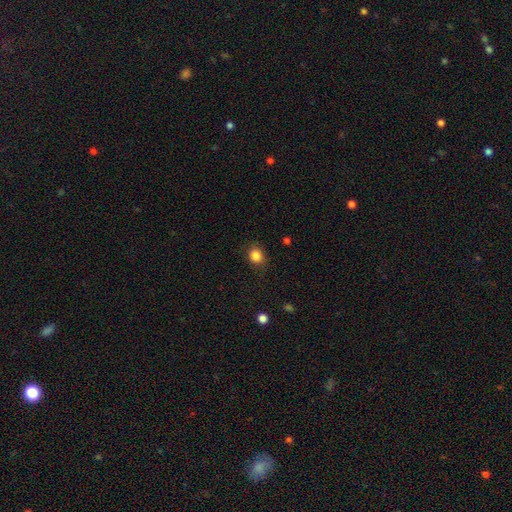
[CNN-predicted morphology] Overall: smooth (85%). How rounded: round (73%). Merging: none (83%).